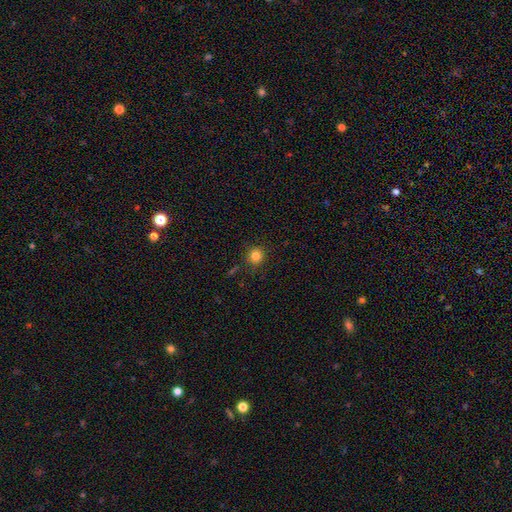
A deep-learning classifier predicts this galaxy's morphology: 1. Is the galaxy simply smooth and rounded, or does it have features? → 83% smooth, 12% star or artifact, 5% featured or disk.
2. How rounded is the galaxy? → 91% round, 8% in between, 1% cigar-shaped.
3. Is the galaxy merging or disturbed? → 87% none, 8% minor disturbance, 3% major disturbance, 2% merger.